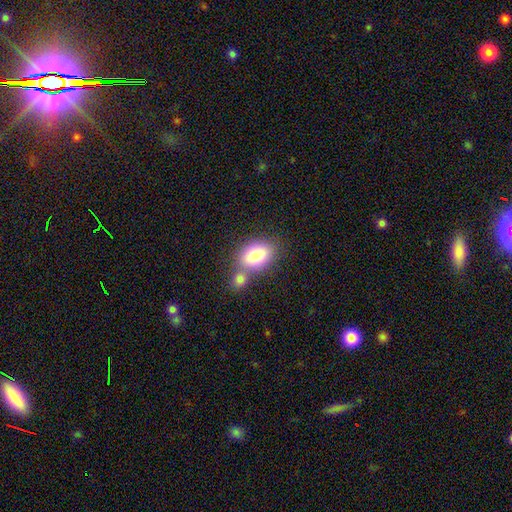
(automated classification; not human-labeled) Smooth or featured: smooth — 82% (featured or disk — 10%)
How rounded: in between — 84% (round — 15%)
Merging: none — 49% (merger — 35%)